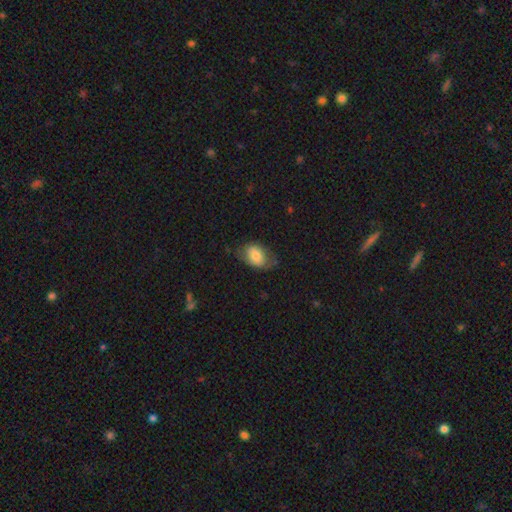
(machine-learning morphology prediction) smooth 73%, featured or disk 20%, star or artifact 7%. Down the decision tree: how rounded — in between (81%); merging — none (60%).